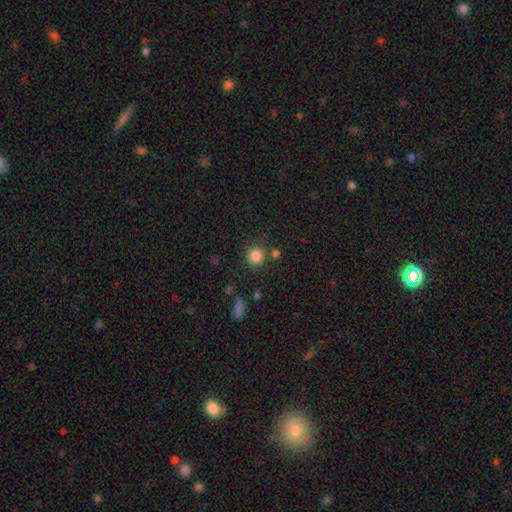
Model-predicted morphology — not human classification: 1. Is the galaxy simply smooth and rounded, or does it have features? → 84% smooth, 12% star or artifact, 4% featured or disk.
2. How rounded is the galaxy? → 90% round, 9% in between, 1% cigar-shaped.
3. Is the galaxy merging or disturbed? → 78% none, 10% minor disturbance, 9% merger, 4% major disturbance.